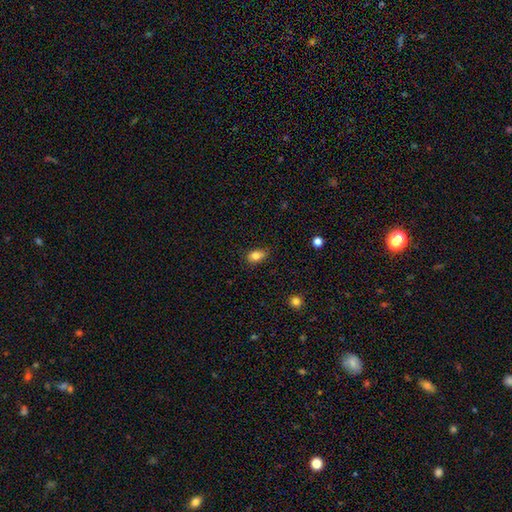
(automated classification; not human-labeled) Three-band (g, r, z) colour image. It shows a smooth galaxy with no disk features (82%) that is in between round and cigar-shaped (79%). Merging: none (73%).